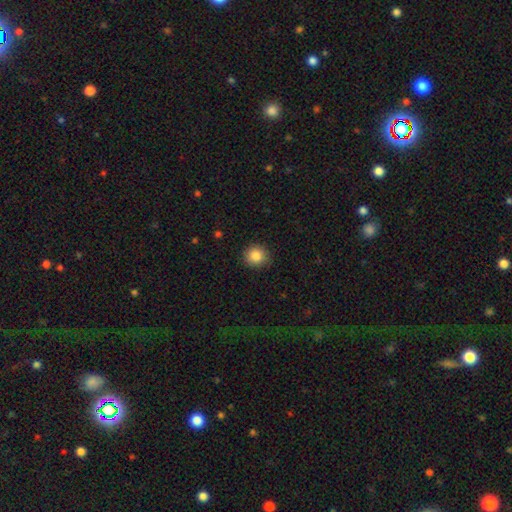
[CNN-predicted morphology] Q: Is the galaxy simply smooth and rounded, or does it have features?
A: smooth — 85%.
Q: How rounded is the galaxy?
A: round — 89%.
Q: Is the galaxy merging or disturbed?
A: none — 88%.